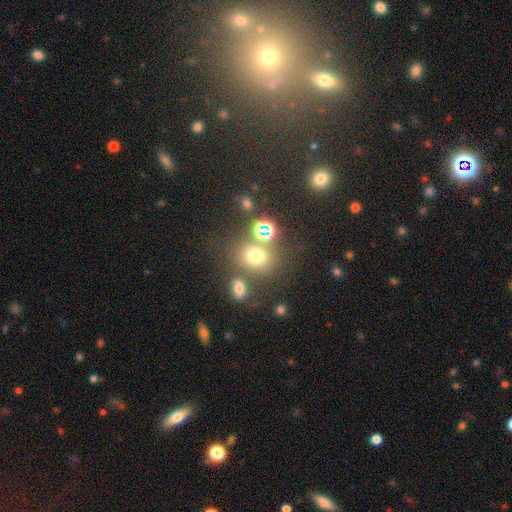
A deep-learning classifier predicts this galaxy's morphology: A smooth galaxy with no disk features (66%) that is round (67%). Merging: none (64%).